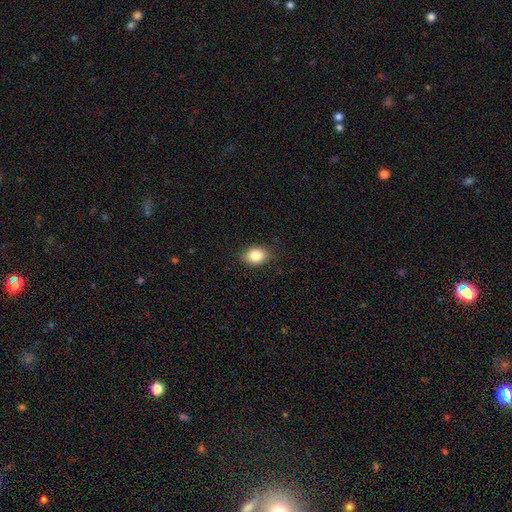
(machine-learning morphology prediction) Overall: smooth (85%). How rounded: in between (67%; round 32%). Merging: none (85%).